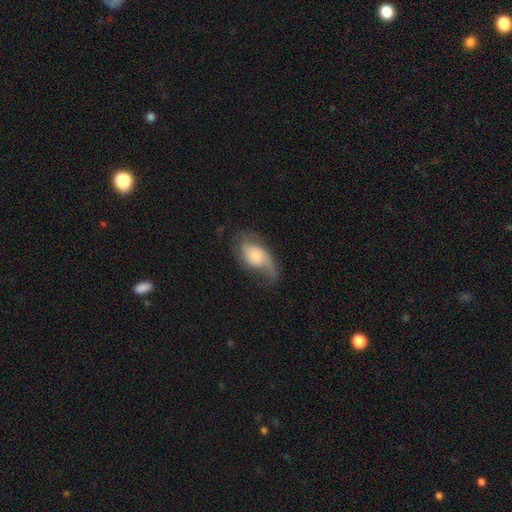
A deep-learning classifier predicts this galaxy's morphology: A featured or disk galaxy (61%) with no bar (70%), spiral arms (86%) and a moderate central bulge (49%).

Vote fractions:
- Smooth or featured? featured or disk: 61% / smooth: 32% / star or artifact: 7%
- Edge-on disk? no: 94% / yes: 6%
- Bar? no: 70% / weak: 25% / strong: 5%
- Spiral arms? yes: 86% / no: 14%
- Bulge size? moderate: 49% / small: 38% / large: 9% / none: 3% / dominant: 2%
- Merging? none: 46% / minor disturbance: 27% / major disturbance: 25% / merger: 2%